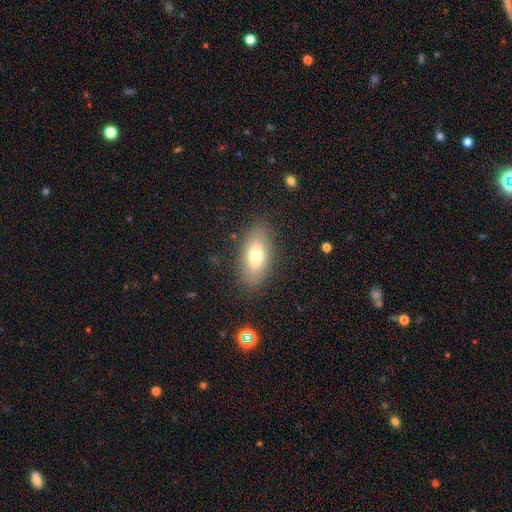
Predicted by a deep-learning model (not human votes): smooth 69%, featured or disk 22%, star or artifact 9%. Down the decision tree: how rounded — in between (86%); merging — none (84%).